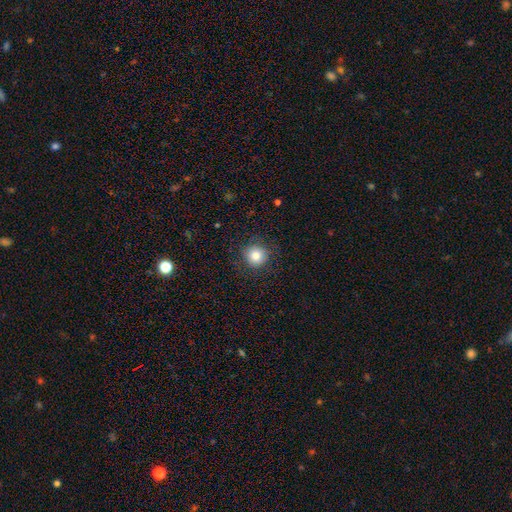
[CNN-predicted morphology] Smooth or featured? Predicted: smooth (p=0.81). How rounded? Predicted: round (p=0.93). Merging? Predicted: none (p=0.85).